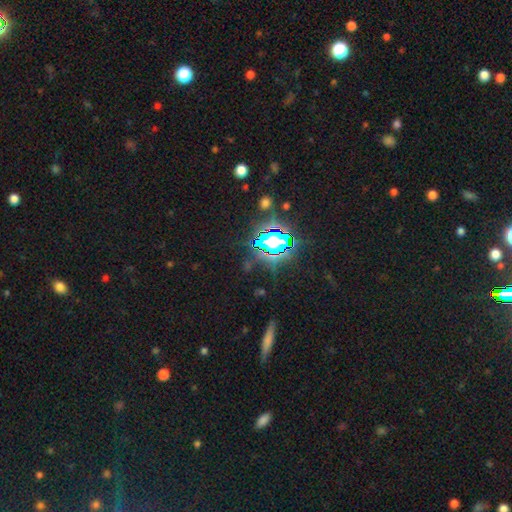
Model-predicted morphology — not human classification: Smooth or featured? star or artifact (76%)